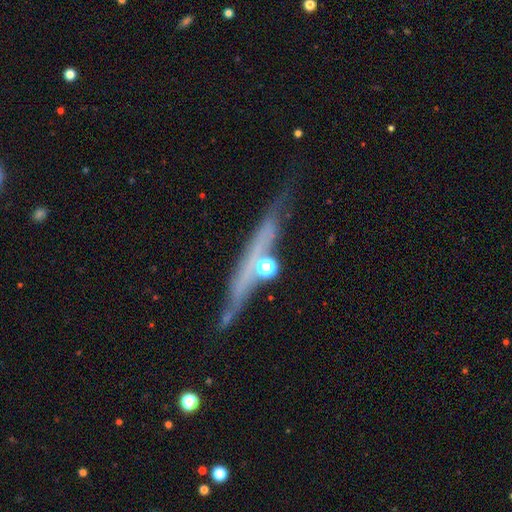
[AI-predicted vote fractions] The model was most divided on "edge-on bulge": rounded: 63%, none: 31%, boxy: 6%. More confident: edge-on disk — yes (91%); smooth or featured — featured or disk (71%); merging — none (71%).